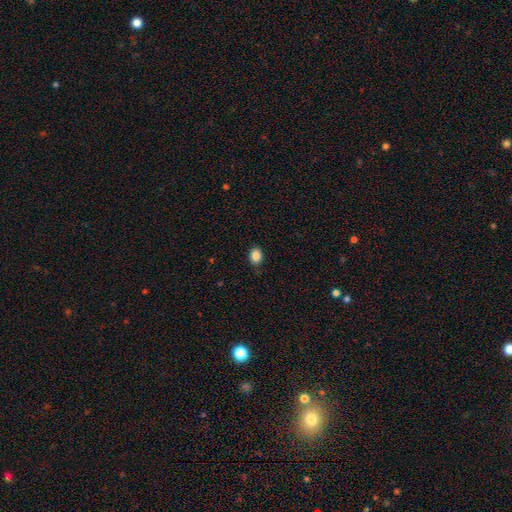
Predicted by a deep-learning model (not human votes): Q: Smooth or featured?
A: smooth (87%); runner-up: star or artifact (9%)
Q: How rounded?
A: in between (57%); runner-up: round (42%)
Q: Merging?
A: none (87%); runner-up: minor disturbance (10%)